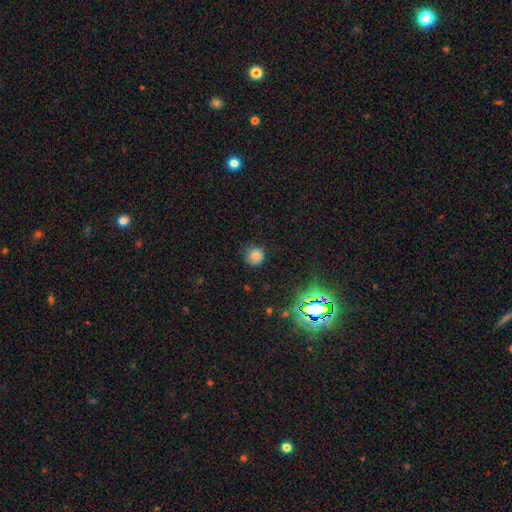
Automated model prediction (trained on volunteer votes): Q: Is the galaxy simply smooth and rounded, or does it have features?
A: smooth — 76%.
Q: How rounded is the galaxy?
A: round — 89%.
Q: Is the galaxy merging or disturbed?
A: none — 73%.